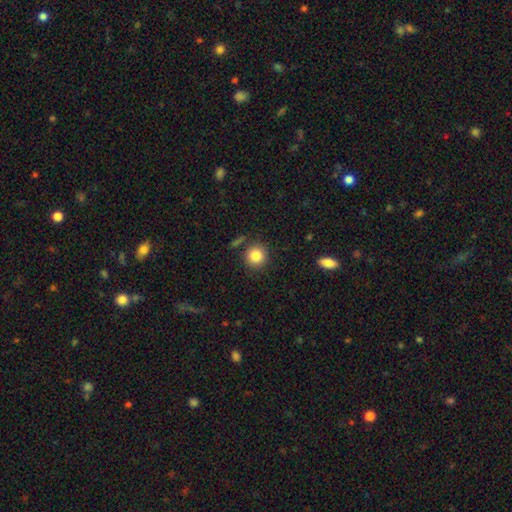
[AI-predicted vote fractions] Smooth or featured: smooth — 84% (star or artifact — 10%)
How rounded: round — 92% (in between — 7%)
Merging: none — 85% (minor disturbance — 8%)